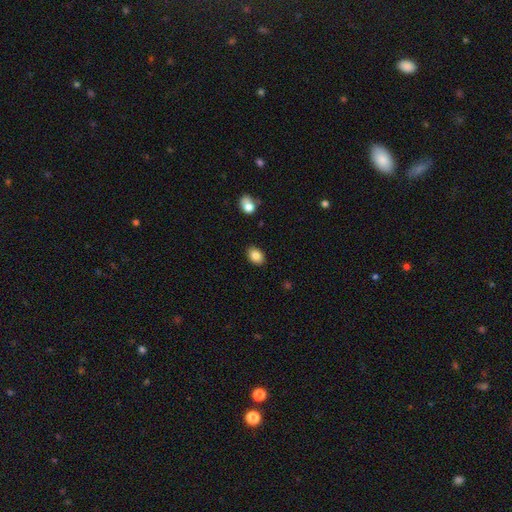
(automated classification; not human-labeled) This is clearly a smooth galaxy (85%). How rounded: likely in between (71%). Merging: clearly none (87%).